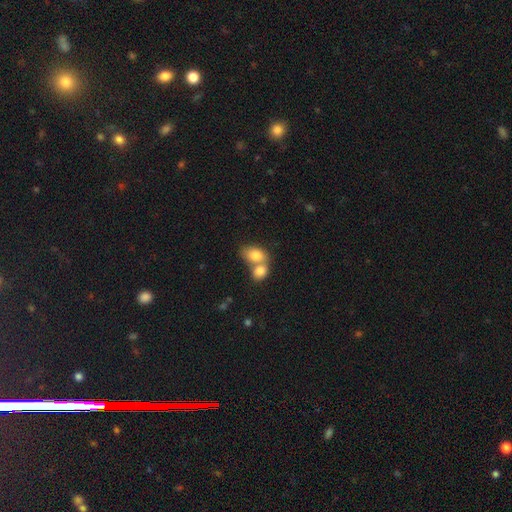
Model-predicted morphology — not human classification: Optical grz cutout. It shows a smooth galaxy with no disk features (80%) that is in between round and cigar-shaped (78%). Merging: merger (66%).